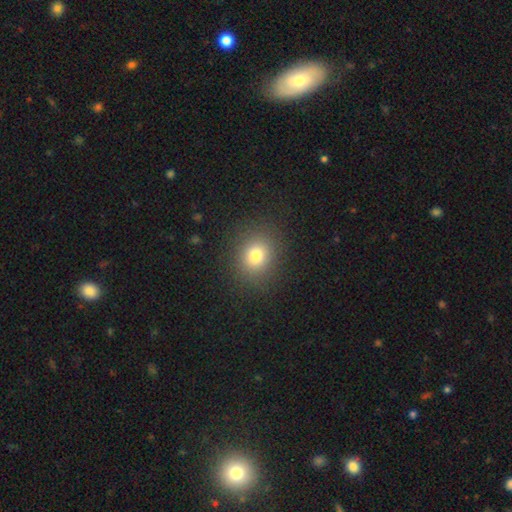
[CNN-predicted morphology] smooth_or_featured: smooth (p=0.77) [alt: star or artifact p=0.15]
how_rounded: round (p=0.73) [alt: in between p=0.26]
merging: none (p=0.88) [alt: minor disturbance p=0.07]